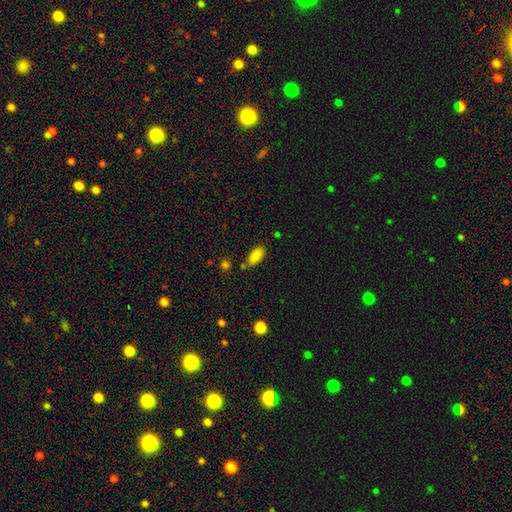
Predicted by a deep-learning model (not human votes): This is clearly a smooth galaxy (86%). How rounded: clearly in between (86%). Merging: likely none (74%).